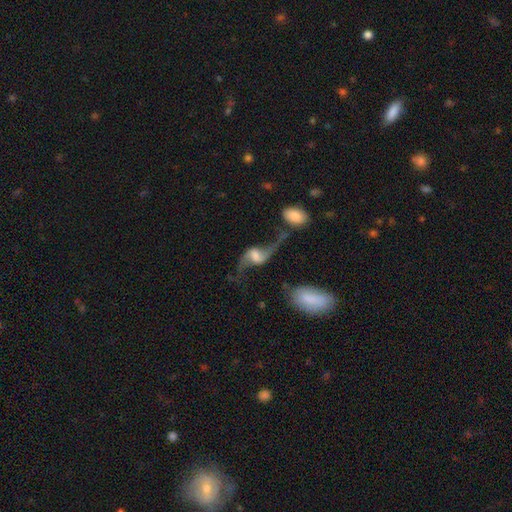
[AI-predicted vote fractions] Morphology: type=featured or disk (83%); edge-on=no (95%); bar=weak (48%); spiral arms=yes (94%); winding=loose (90%); arm count=2 (93%); bulge=moderate (27%); merging=none (46%).